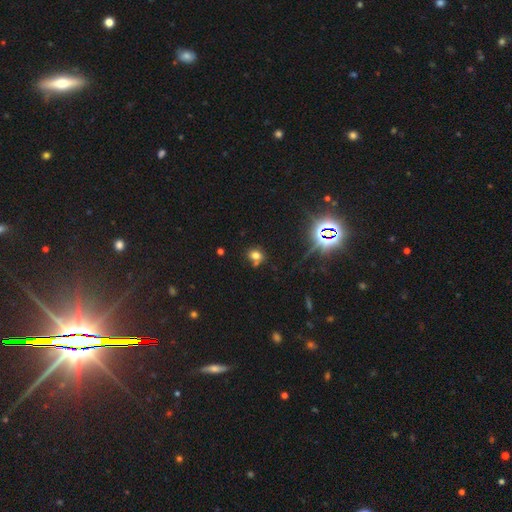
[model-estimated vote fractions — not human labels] Smooth or featured?
  - smooth: 68% *
  - star or artifact: 22%
  - featured or disk: 10%
How rounded?
  - round: 67% *
  - in between: 31%
  - cigar-shaped: 1%
Merging?
  - none: 59% *
  - merger: 21%
  - minor disturbance: 14%
  - major disturbance: 5%